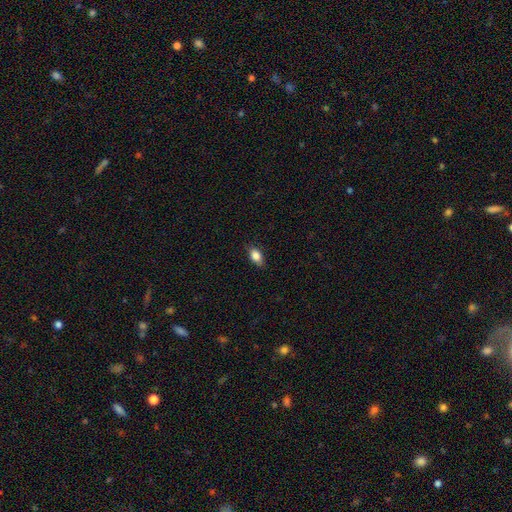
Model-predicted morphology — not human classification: Q: Smooth or featured?
A: smooth (83%); runner-up: featured or disk (9%)
Q: How rounded?
A: in between (85%); runner-up: round (9%)
Q: Merging?
A: none (83%); runner-up: minor disturbance (14%)